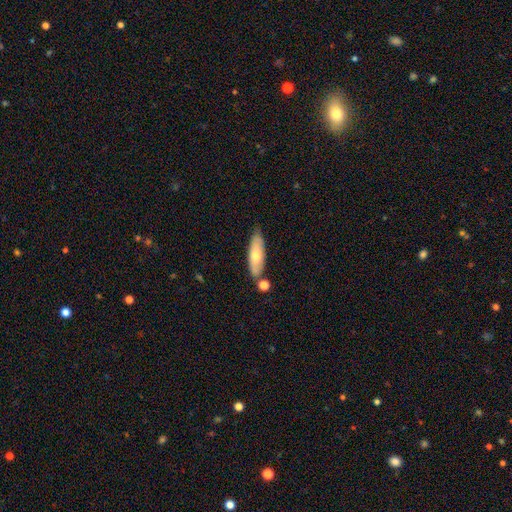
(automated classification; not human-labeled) Smooth or featured: smooth — 64% (featured or disk — 30%)
How rounded: in between — 51% (cigar-shaped — 47%)
Merging: none — 72% (minor disturbance — 16%)